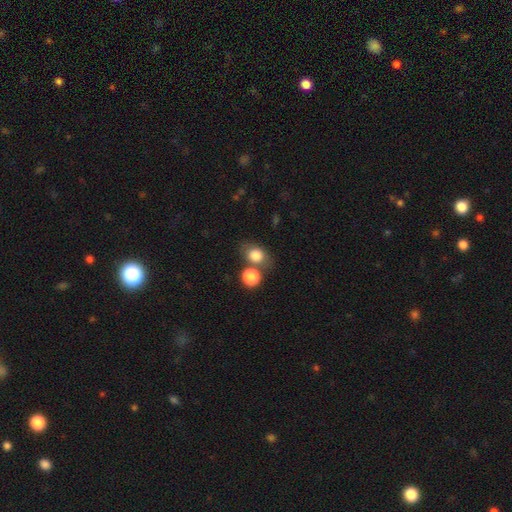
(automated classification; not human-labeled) Smooth or featured?
  - smooth: 80% *
  - featured or disk: 10%
  - star or artifact: 10%
How rounded?
  - in between: 53% *
  - round: 45%
  - cigar-shaped: 1%
Merging?
  - none: 56% *
  - merger: 26%
  - minor disturbance: 13%
  - major disturbance: 5%